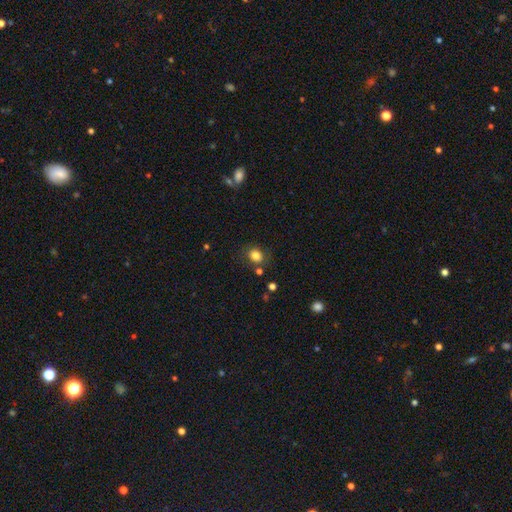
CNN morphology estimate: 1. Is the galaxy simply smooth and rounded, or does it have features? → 81% smooth, 11% star or artifact, 8% featured or disk.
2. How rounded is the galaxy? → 59% round, 40% in between, 1% cigar-shaped.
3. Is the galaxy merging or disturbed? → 77% none, 13% minor disturbance, 5% major disturbance, 4% merger.